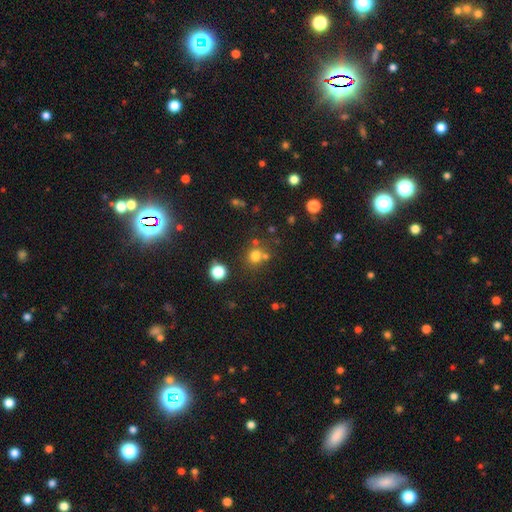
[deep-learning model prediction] Smooth or featured?
  - smooth: 73% *
  - star or artifact: 19%
  - featured or disk: 8%
How rounded?
  - round: 87% *
  - in between: 12%
  - cigar-shaped: 1%
Merging?
  - none: 64% *
  - merger: 22%
  - minor disturbance: 10%
  - major disturbance: 4%